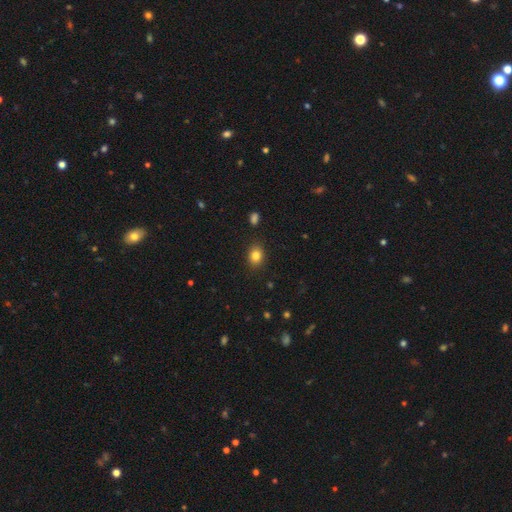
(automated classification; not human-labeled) Smooth or featured? smooth (83%)
How rounded? in between (54%)
Merging? none (87%)